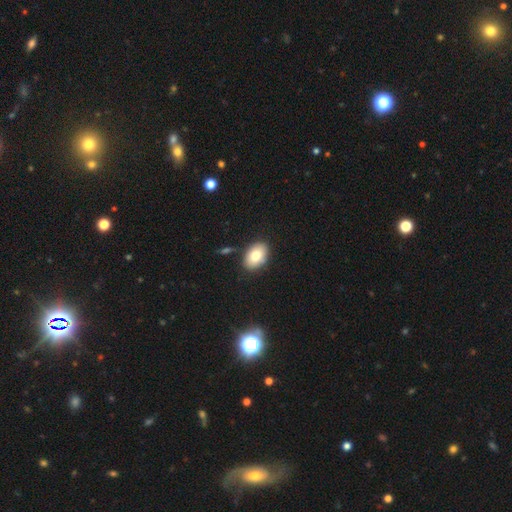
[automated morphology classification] Overall: smooth (78%). How rounded: in between (86%). Merging: none (84%).